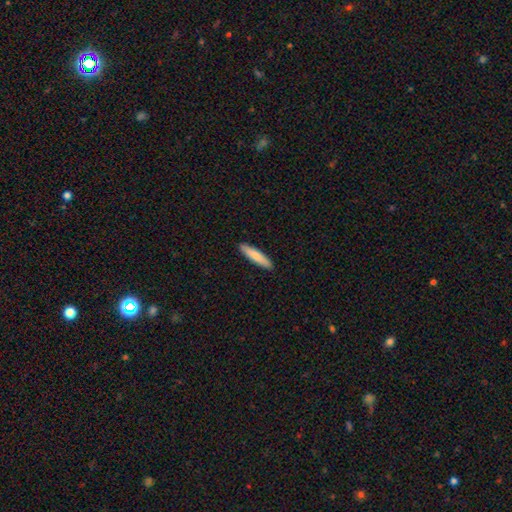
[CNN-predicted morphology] A smooth galaxy with no disk features (80%) that is cigar-shaped (85%). Merging: none (92%).